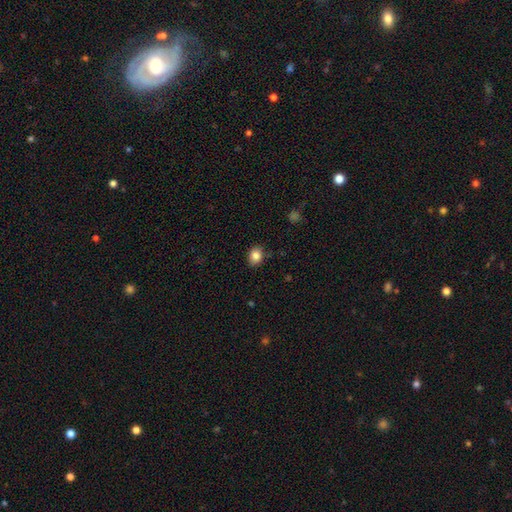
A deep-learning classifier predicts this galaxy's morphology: Q: Smooth or featured?
A: smooth (85%); runner-up: star or artifact (9%)
Q: How rounded?
A: in between (53%); runner-up: round (46%)
Q: Merging?
A: none (85%); runner-up: minor disturbance (11%)